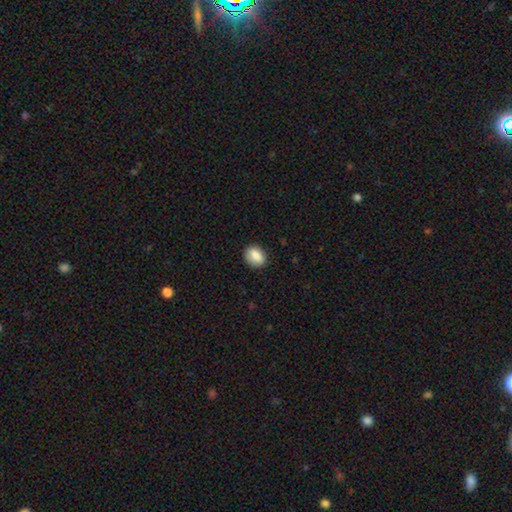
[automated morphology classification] type=smooth (86%); roundness=in between (65%); merging=none (86%).